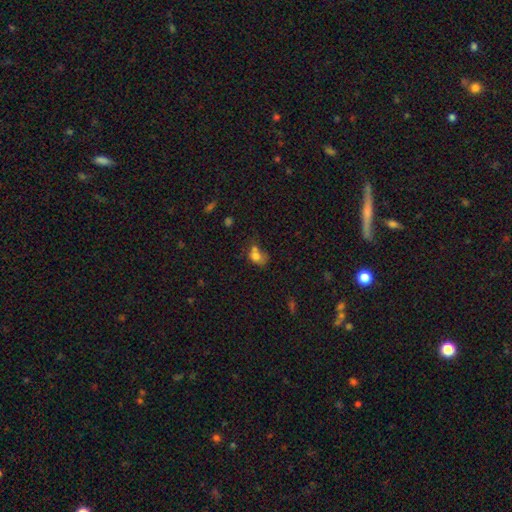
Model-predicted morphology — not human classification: smooth-or-featured: smooth: 72% | featured or disk: 16% | star or artifact: 12%
  how-rounded: in between: 54% | round: 44% | cigar-shaped: 1%
  merging: merger: 41% | none: 26% | minor disturbance: 18% | major disturbance: 14%